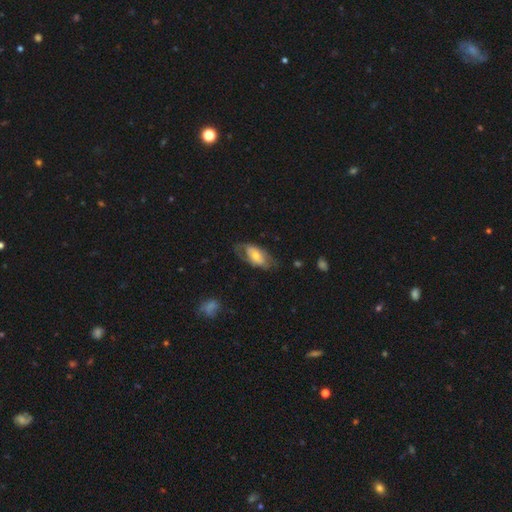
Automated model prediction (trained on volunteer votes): Smooth or featured?
  - smooth: 49% *
  - featured or disk: 45%
  - star or artifact: 6%
Merging?
  - none: 53% *
  - minor disturbance: 26%
  - major disturbance: 18%
  - merger: 2%